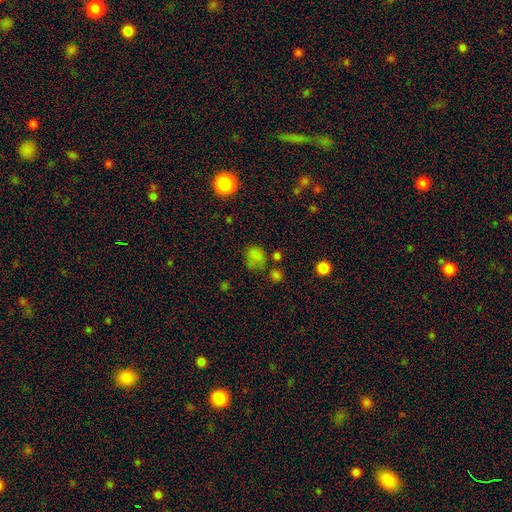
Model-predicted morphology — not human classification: smooth_or_featured: smooth (p=0.73) [alt: star or artifact p=0.20]
how_rounded: round (p=0.60) [alt: in between p=0.39]
merging: none (p=0.56) [alt: minor disturbance p=0.23]